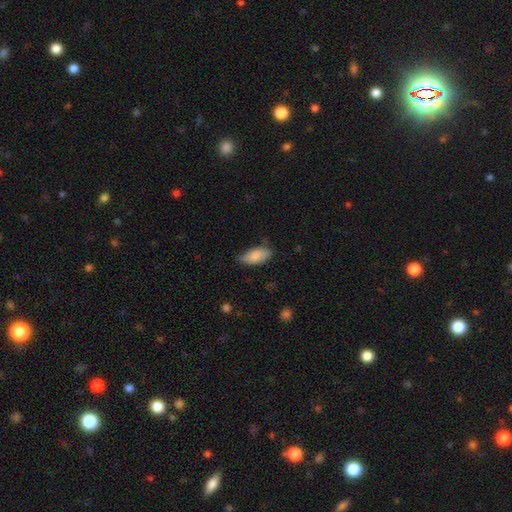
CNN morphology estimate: type=smooth (86%); roundness=in between (91%); merging=none (69%).